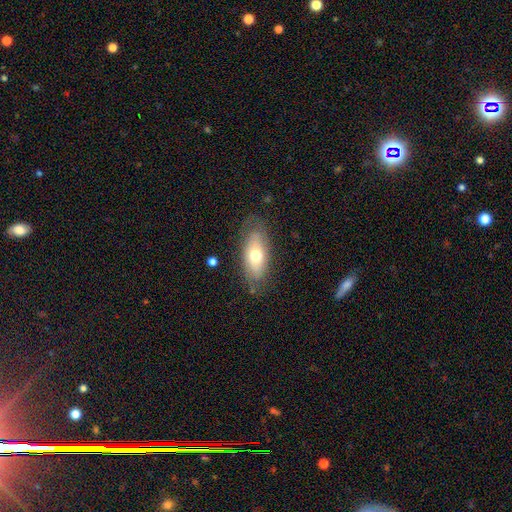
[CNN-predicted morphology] Smooth or featured?
  - smooth: 63% *
  - featured or disk: 30%
  - star or artifact: 7%
How rounded?
  - in between: 84% *
  - cigar-shaped: 12%
  - round: 4%
Merging?
  - none: 75% *
  - minor disturbance: 18%
  - major disturbance: 6%
  - merger: 1%